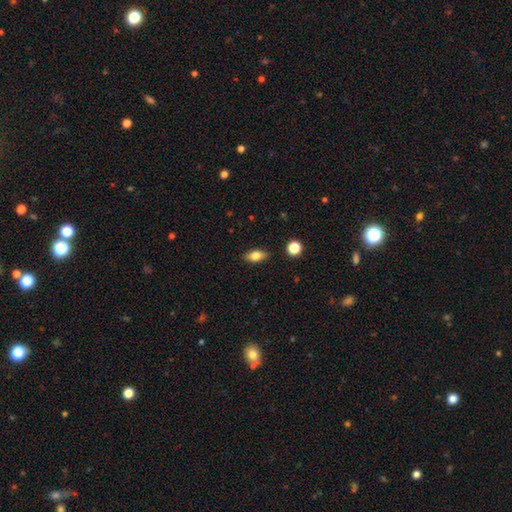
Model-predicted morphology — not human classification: A smooth galaxy with no disk features (75%) that is in between round and cigar-shaped (82%). Merging: none (88%).